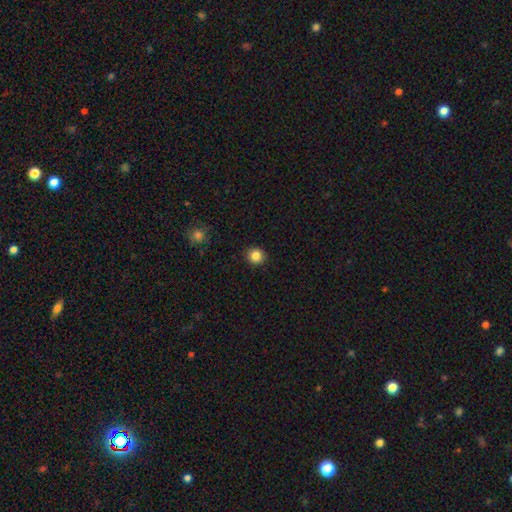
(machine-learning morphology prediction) This appears to be a smooth galaxy with no disk features (85%) that is round (91%). Merging: none (92%).